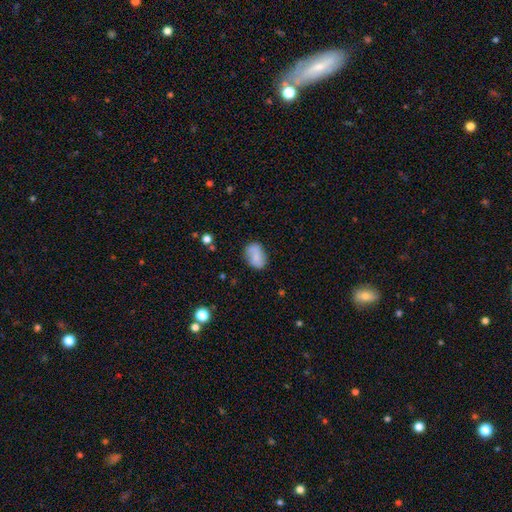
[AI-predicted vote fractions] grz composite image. It shows a smooth galaxy with no disk features (74%) that is in between round and cigar-shaped (81%). Merging: none (67%).